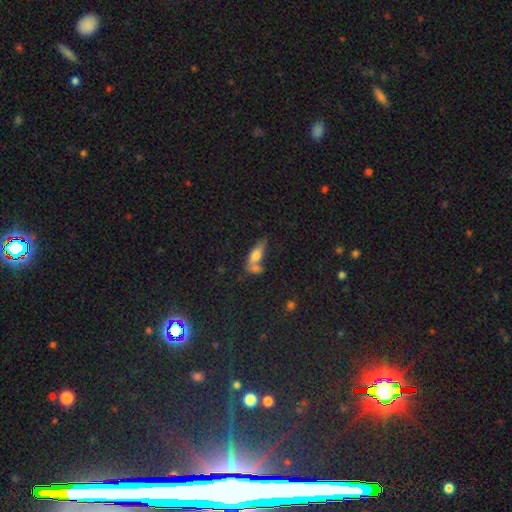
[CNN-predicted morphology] The model was most divided on "merging": merger: 43%, none: 33%, minor disturbance: 15%, major disturbance: 9%. More confident: how rounded — in between (67%); smooth or featured — smooth (65%).